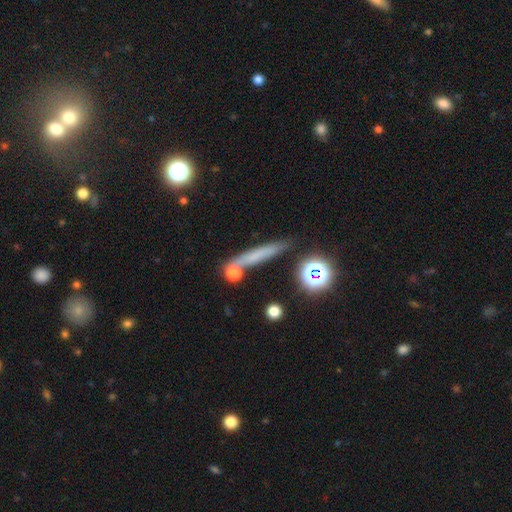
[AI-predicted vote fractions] Q: Smooth or featured?
A: smooth (56%); runner-up: featured or disk (27%)
Q: How rounded?
A: cigar-shaped (85%); runner-up: round (7%)
Q: Merging?
A: none (76%); runner-up: minor disturbance (12%)